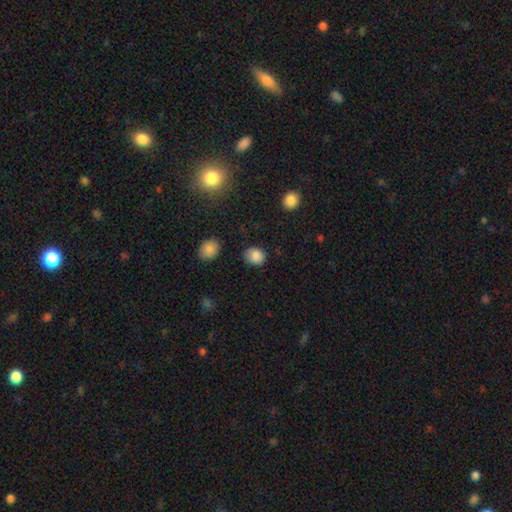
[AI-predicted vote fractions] Smooth or featured?
  - smooth: 87% *
  - star or artifact: 9%
  - featured or disk: 4%
How rounded?
  - round: 67% *
  - in between: 32%
  - cigar-shaped: 1%
Merging?
  - none: 79% *
  - minor disturbance: 16%
  - major disturbance: 4%
  - merger: 2%